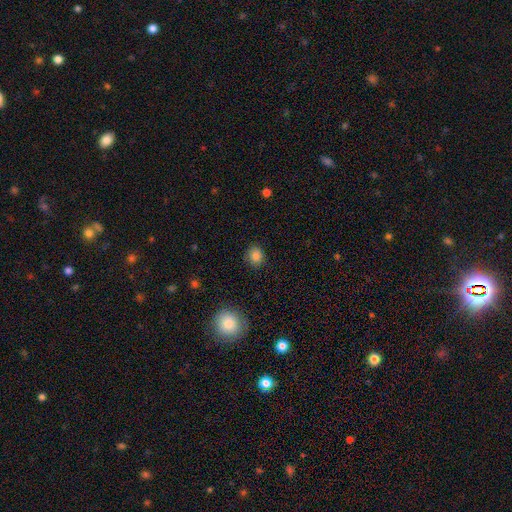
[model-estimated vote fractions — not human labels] smooth-or-featured: smooth: 83% | star or artifact: 12% | featured or disk: 5%
  how-rounded: round: 70% | in between: 29% | cigar-shaped: 1%
  merging: none: 86% | minor disturbance: 10% | major disturbance: 2% | merger: 1%